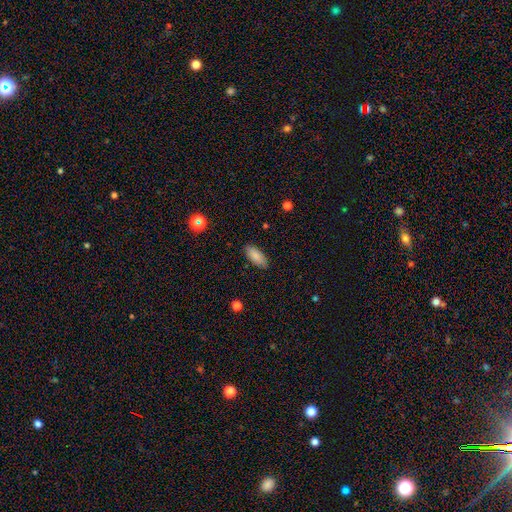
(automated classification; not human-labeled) Smooth or featured? smooth (86%)
How rounded? in between (86%)
Merging? none (88%)